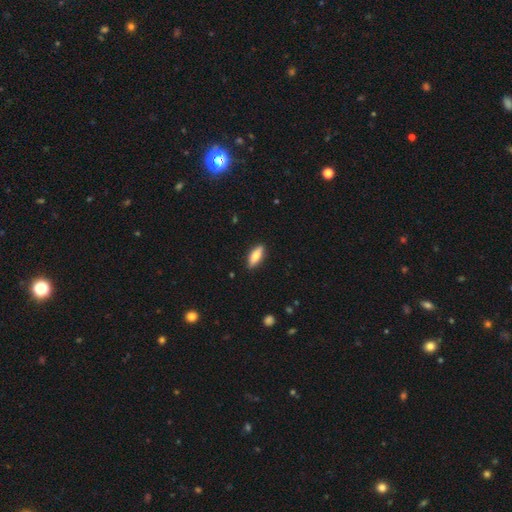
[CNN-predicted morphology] Overall: smooth (76%). How rounded: in between (63%; cigar-shaped 35%). Merging: none (89%).